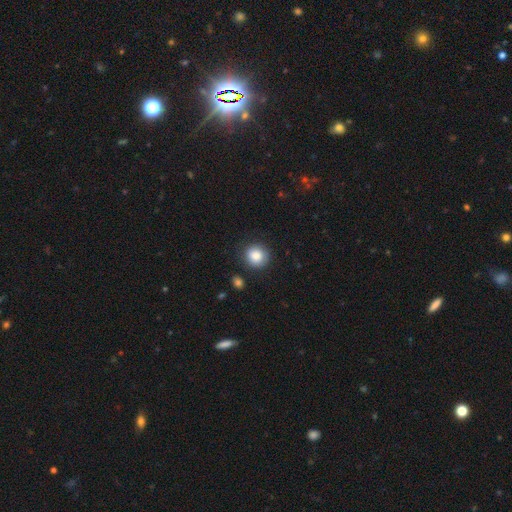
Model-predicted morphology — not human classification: Overall: smooth (86%). How rounded: round (89%). Merging: none (85%).